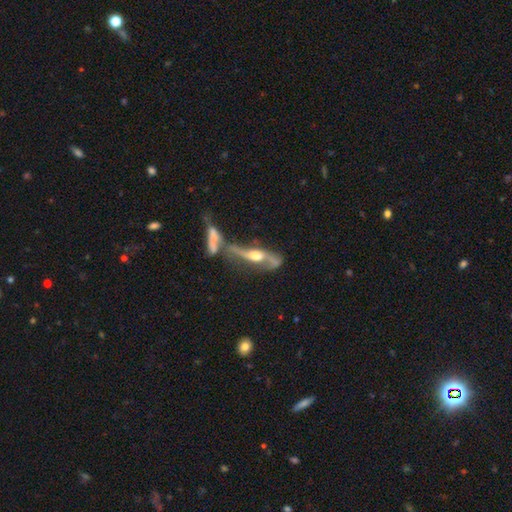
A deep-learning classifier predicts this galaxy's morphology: Overall: featured or disk (76%). Edge-on disk: no (59%; yes 41%). Merging: merger (50%; none 24%).